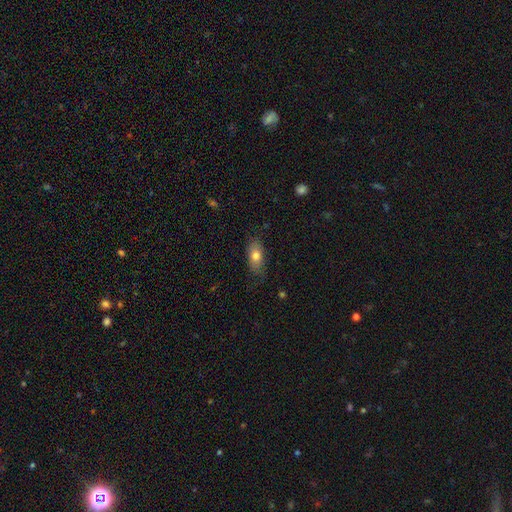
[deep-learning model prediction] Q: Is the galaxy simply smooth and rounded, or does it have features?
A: smooth — 76%.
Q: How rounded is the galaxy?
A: in between — 85%.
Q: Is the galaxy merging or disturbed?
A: none — 74%.